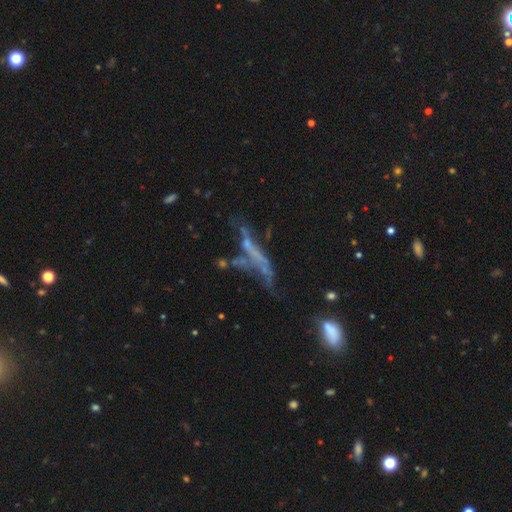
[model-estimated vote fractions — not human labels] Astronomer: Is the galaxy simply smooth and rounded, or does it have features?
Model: featured or disk — 49% (runner-up: smooth, 27%).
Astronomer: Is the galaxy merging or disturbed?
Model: none — 39% (runner-up: major disturbance, 26%).